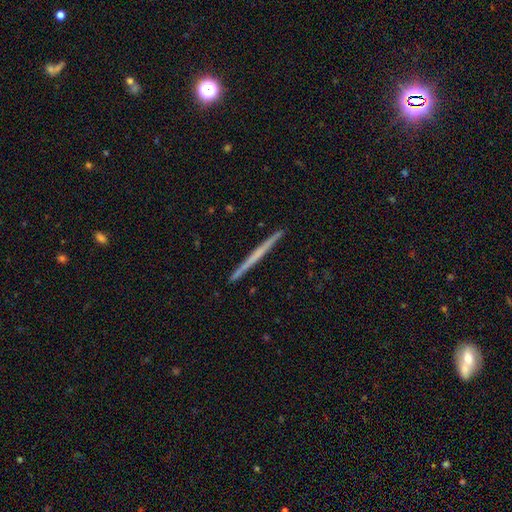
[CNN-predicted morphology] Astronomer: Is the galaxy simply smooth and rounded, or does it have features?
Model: featured or disk — 57% (runner-up: smooth, 38%).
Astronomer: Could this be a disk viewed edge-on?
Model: yes — 98%.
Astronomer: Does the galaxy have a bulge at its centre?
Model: none — 87%.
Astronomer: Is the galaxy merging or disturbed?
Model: none — 93%.